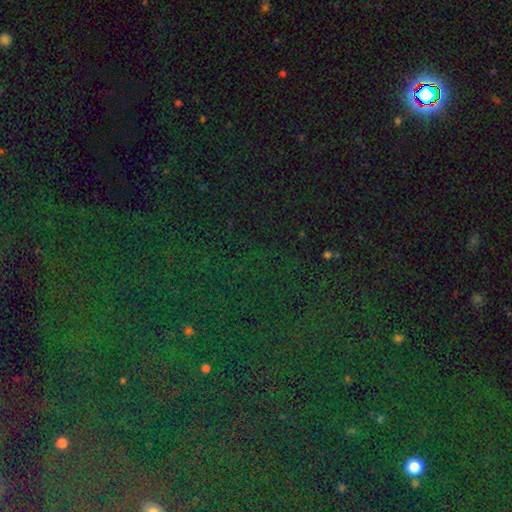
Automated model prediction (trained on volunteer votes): Smooth or featured?
  - star or artifact: 81% *
  - smooth: 11%
  - featured or disk: 8%